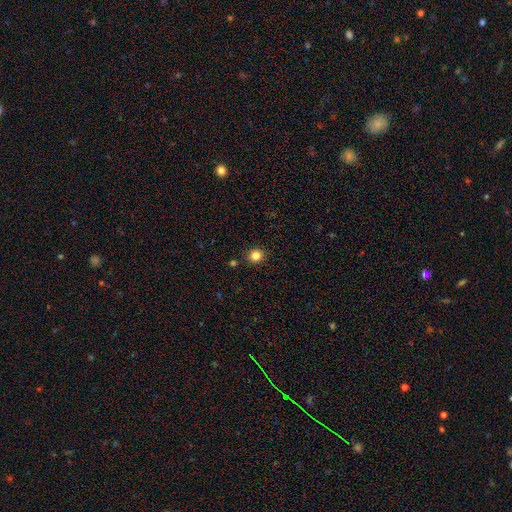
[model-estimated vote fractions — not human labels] A smooth galaxy with no disk features (84%) that is round (92%).

Vote fractions:
- Smooth or featured? smooth: 84% / star or artifact: 12% / featured or disk: 4%
- How rounded? round: 92% / in between: 7% / cigar-shaped: 1%
- Merging? none: 91% / minor disturbance: 5% / merger: 2% / major disturbance: 2%